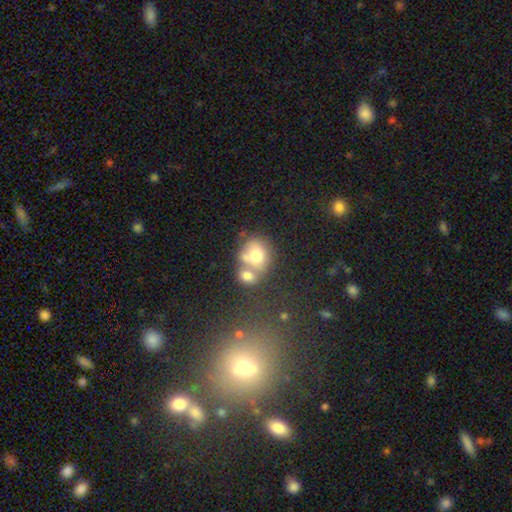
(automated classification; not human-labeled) Smooth or featured: smooth — 69% (featured or disk — 19%)
How rounded: round — 62% (in between — 37%)
Merging: merger — 50% (none — 32%)